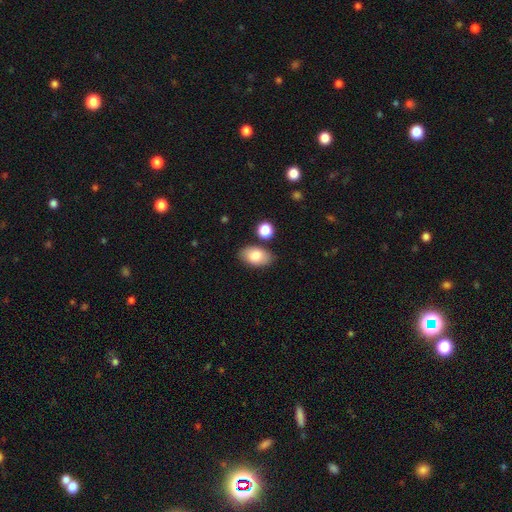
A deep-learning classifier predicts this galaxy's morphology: smooth 81%, featured or disk 12%, star or artifact 7%. Down the decision tree: how rounded — in between (92%); merging — none (80%).